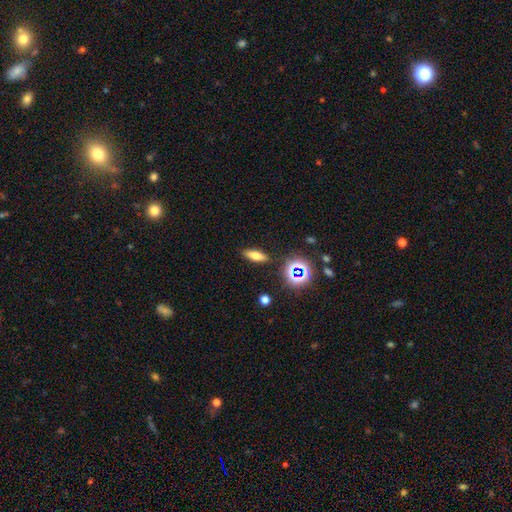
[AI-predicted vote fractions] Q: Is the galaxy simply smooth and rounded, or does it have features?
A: smooth — 62%.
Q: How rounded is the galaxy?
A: in between — 53%.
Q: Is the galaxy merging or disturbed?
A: none — 88%.